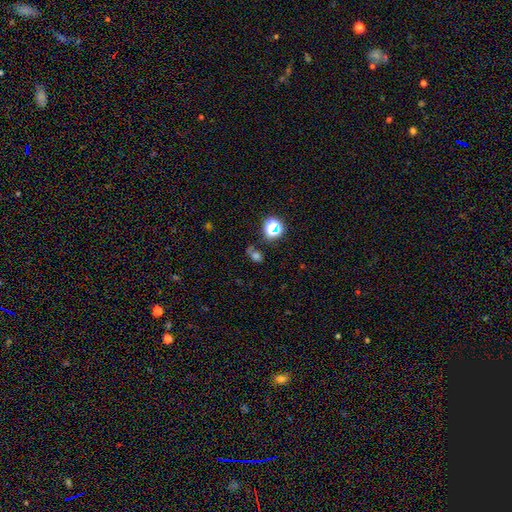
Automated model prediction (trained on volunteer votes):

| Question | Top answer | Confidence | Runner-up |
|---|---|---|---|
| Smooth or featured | smooth | 56% | star or artifact (35%) |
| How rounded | round | 52% | in between (45%) |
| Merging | none | 58% | merger (17%) |